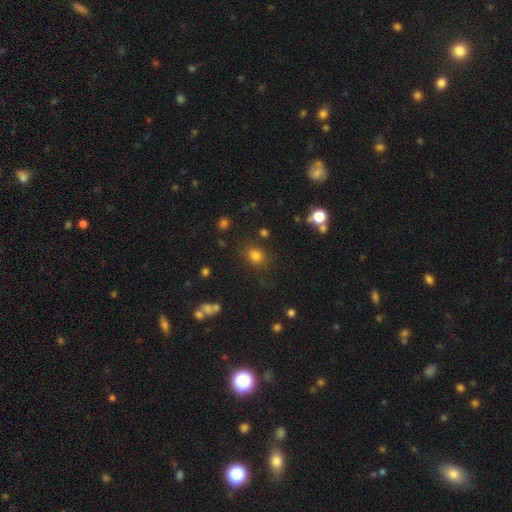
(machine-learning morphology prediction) A smooth galaxy with no disk features (78%) that is round (63%).

Vote fractions:
- Smooth or featured? smooth: 78% / star or artifact: 16% / featured or disk: 6%
- How rounded? round: 63% / in between: 36% / cigar-shaped: 1%
- Merging? none: 81% / minor disturbance: 11% / major disturbance: 5% / merger: 4%